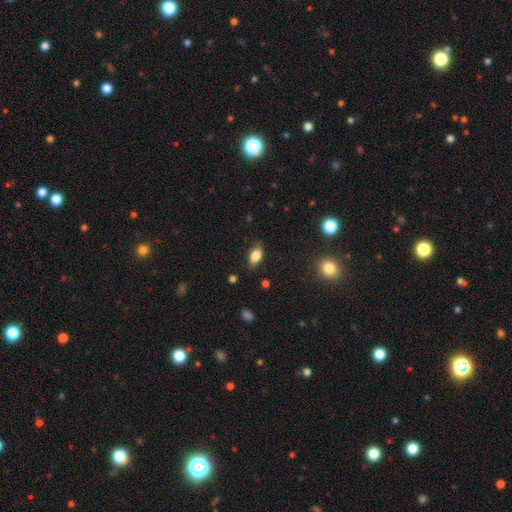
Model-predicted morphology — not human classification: A smooth galaxy with no disk features (84%) that is in between round and cigar-shaped (88%). Merging: none (77%).